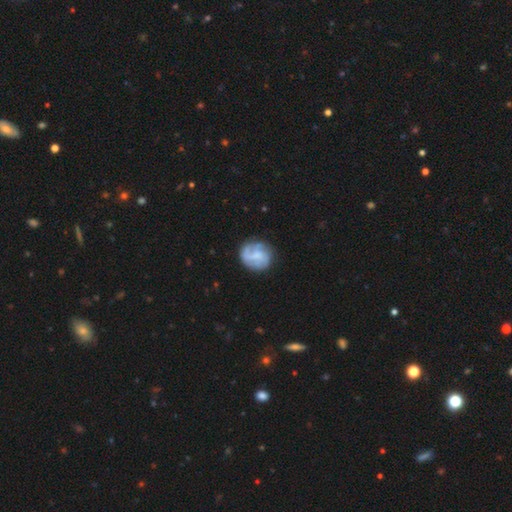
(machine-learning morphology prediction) Smooth or featured?
  - featured or disk: 57% *
  - smooth: 36%
  - star or artifact: 7%
Edge-on disk?
  - no: 98% *
  - yes: 2%
Bar?
  - no: 50% *
  - weak: 40%
  - strong: 10%
Spiral arms?
  - yes: 79% *
  - no: 21%
Bulge size?
  - none: 47% *
  - small: 25%
  - moderate: 21%
  - large: 5%
  - dominant: 1%
Merging?
  - none: 70% *
  - minor disturbance: 18%
  - major disturbance: 9%
  - merger: 2%